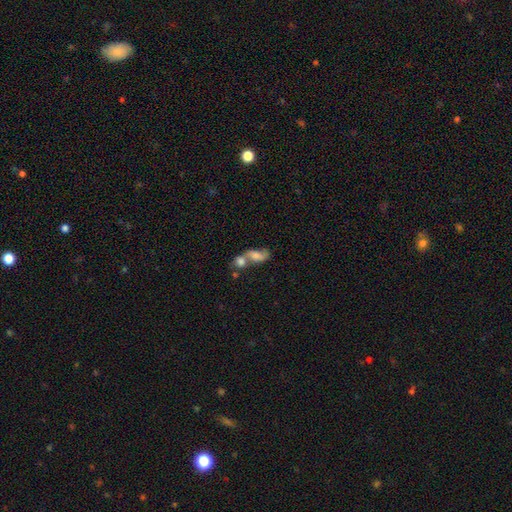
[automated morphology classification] type=smooth (49%); merging=merger (66%).